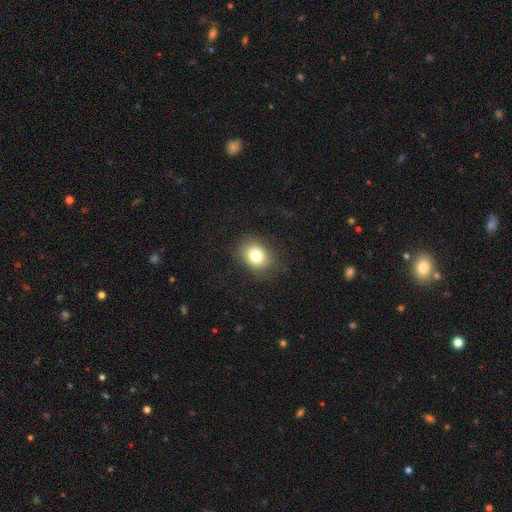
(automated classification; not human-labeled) Q: Smooth or featured?
A: smooth (78%); runner-up: star or artifact (11%)
Q: How rounded?
A: in between (54%); runner-up: round (45%)
Q: Merging?
A: none (82%); runner-up: minor disturbance (12%)